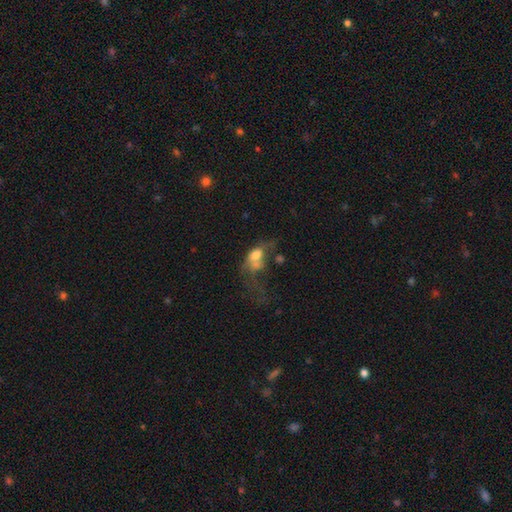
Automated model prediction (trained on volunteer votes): Q: Smooth or featured?
A: smooth (55%); runner-up: featured or disk (33%)
Q: How rounded?
A: in between (75%); runner-up: round (19%)
Q: Merging?
A: major disturbance (47%); runner-up: merger (26%)